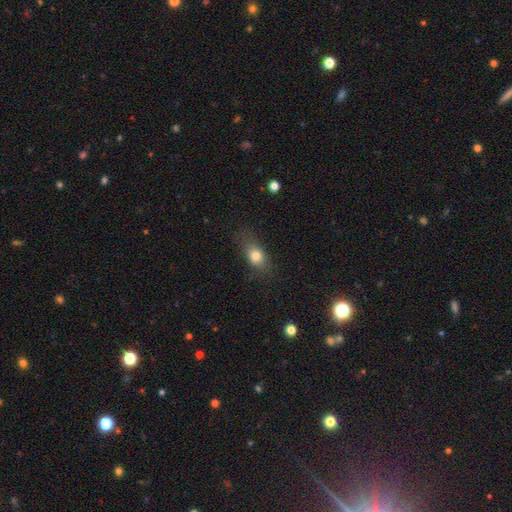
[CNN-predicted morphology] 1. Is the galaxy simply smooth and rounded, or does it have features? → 76% smooth, 13% featured or disk, 11% star or artifact.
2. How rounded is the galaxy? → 67% in between, 26% round, 7% cigar-shaped.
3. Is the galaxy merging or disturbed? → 69% none, 21% minor disturbance, 9% major disturbance, 2% merger.